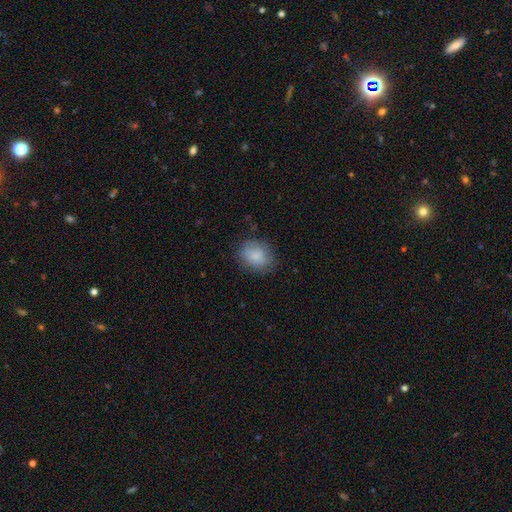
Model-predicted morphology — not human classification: smooth 84%, featured or disk 8%, star or artifact 8%. Down the decision tree: how rounded — in between (50%); merging — none (77%).